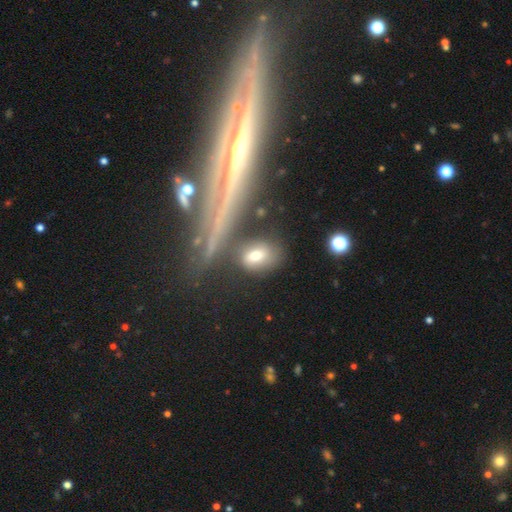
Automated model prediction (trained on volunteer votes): Smooth or featured? Predicted: smooth (p=0.69). How rounded? Predicted: in between (p=0.77). Merging? Predicted: none (p=0.70).